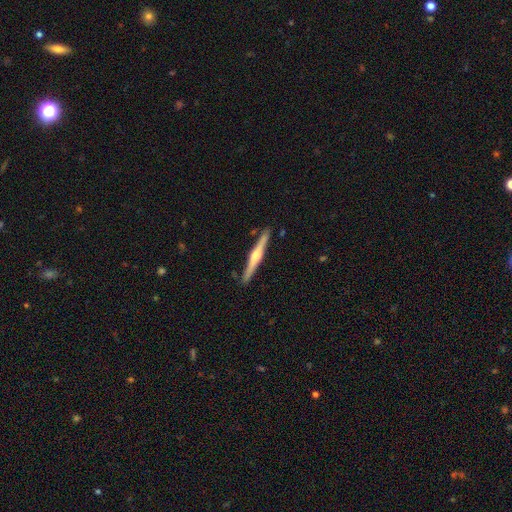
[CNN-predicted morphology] The model was most divided on "smooth or featured": featured or disk: 69%, smooth: 26%, star or artifact: 5%. More confident: edge-on disk — yes (98%); merging — none (89%); edge-on bulge — rounded (80%).